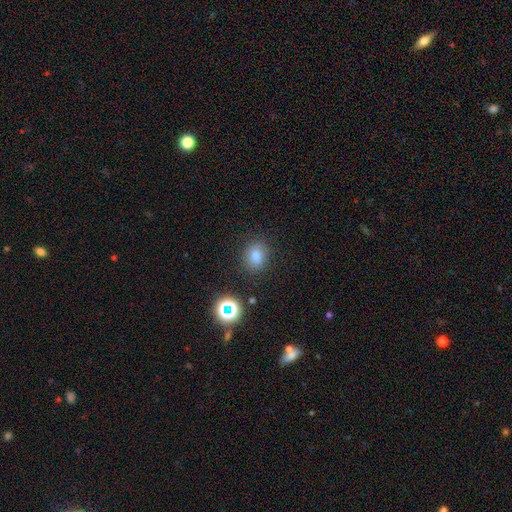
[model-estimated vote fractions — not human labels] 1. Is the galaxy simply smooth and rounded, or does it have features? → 75% smooth, 18% star or artifact, 8% featured or disk.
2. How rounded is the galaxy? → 60% round, 39% in between, 1% cigar-shaped.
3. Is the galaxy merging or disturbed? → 85% none, 10% minor disturbance, 3% major disturbance, 2% merger.